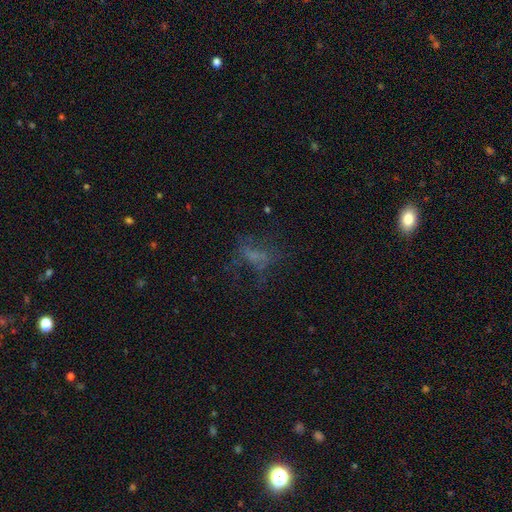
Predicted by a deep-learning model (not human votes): Smooth or featured? featured or disk (37%)
Merging? none (46%)